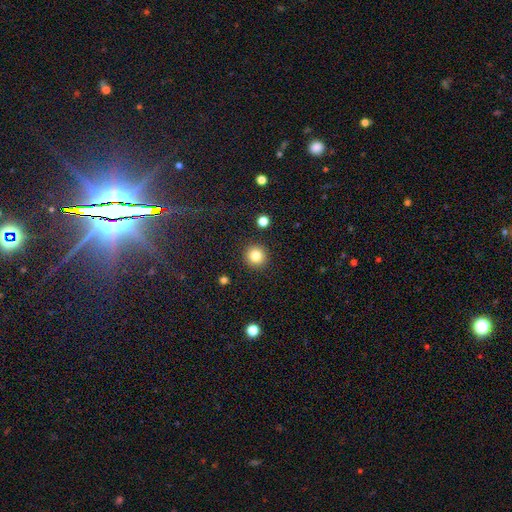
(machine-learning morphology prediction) This appears to be a smooth galaxy with no disk features (83%) that is round (94%). Merging: none (91%).